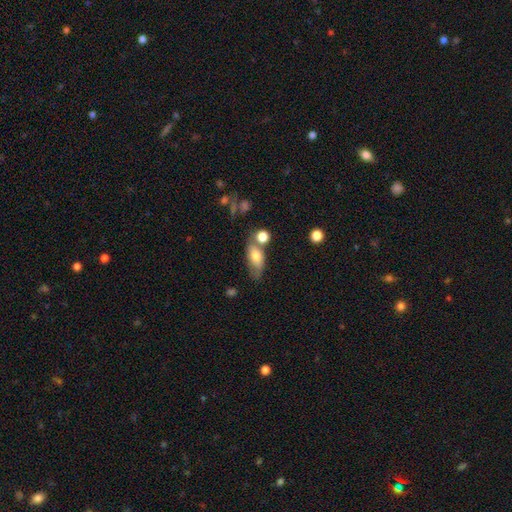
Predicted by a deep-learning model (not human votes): Morphology: type=smooth (71%); roundness=in between (83%); merging=none (47%).